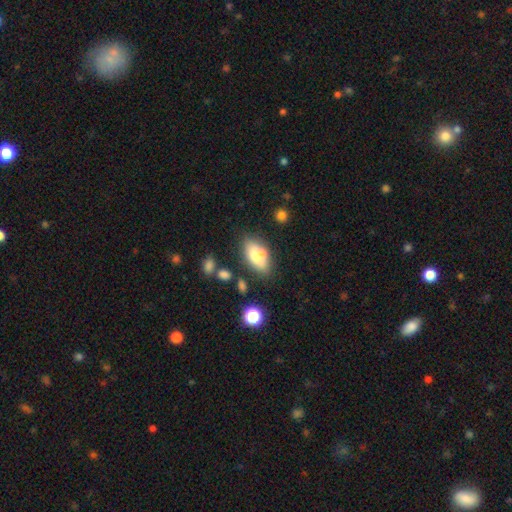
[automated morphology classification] smooth 66%, featured or disk 24%, star or artifact 10%. Down the decision tree: how rounded — in between (86%); merging — none (54%).